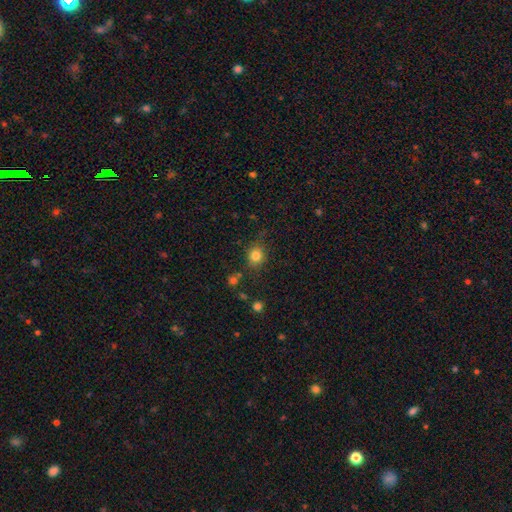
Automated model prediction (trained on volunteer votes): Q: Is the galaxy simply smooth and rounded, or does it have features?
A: smooth — 81%.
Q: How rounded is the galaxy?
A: round — 75%.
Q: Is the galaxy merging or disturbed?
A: none — 77%.